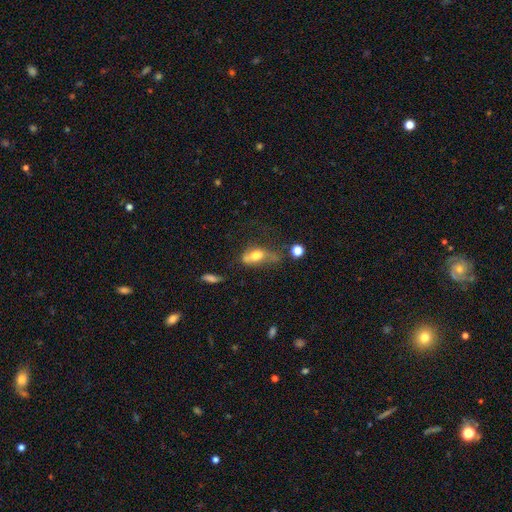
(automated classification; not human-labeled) Morphology: type=smooth (58%); roundness=in between (75%); merging=major disturbance (31%).